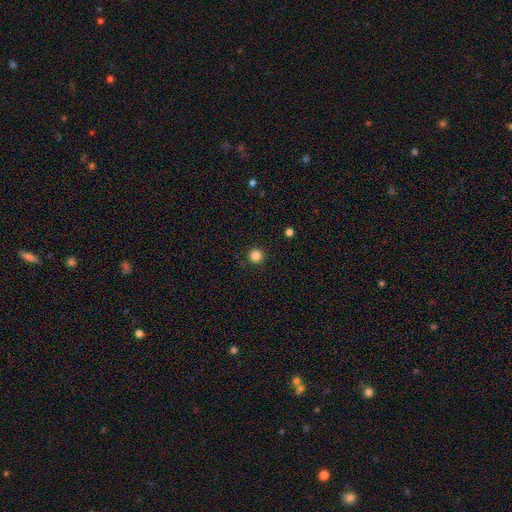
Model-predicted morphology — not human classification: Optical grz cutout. It shows a smooth galaxy with no disk features (85%) that is round (96%). Merging: none (92%).